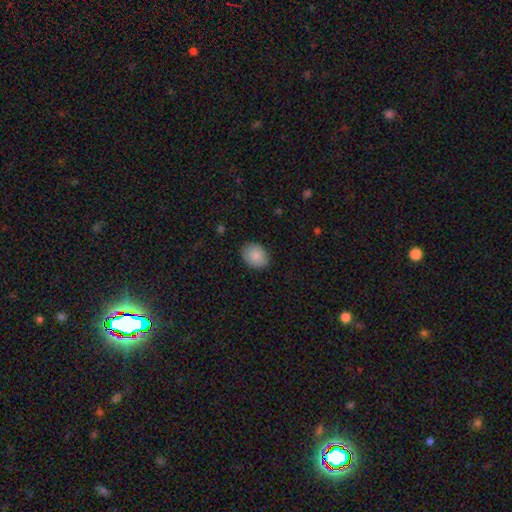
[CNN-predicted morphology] Smooth or featured? smooth (88%)
How rounded? in between (64%)
Merging? none (86%)